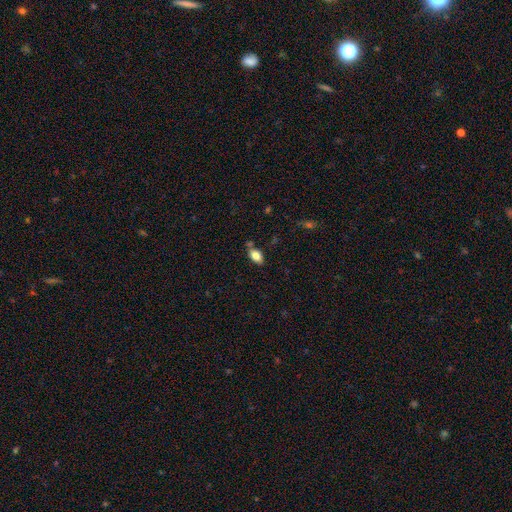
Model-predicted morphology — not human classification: Overall: smooth (80%). How rounded: in between (90%). Merging: none (70%).